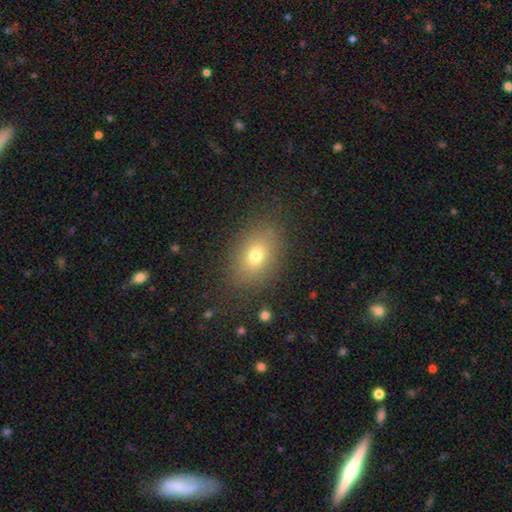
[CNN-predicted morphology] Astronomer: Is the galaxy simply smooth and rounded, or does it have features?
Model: smooth — 72%.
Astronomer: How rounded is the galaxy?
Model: in between — 74%.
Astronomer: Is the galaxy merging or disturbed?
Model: none — 83%.